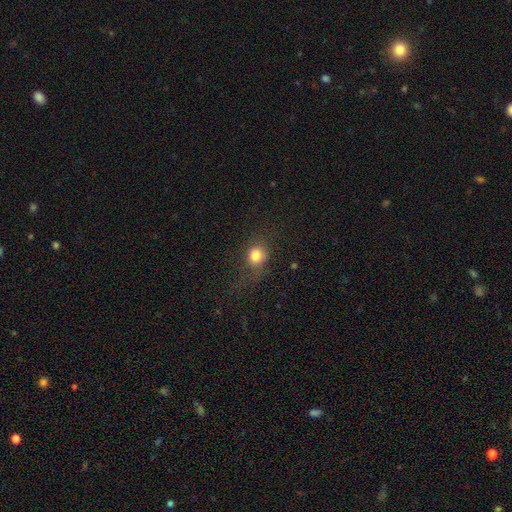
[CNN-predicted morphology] smooth-or-featured: smooth: 79% | star or artifact: 12% | featured or disk: 9%
  how-rounded: round: 69% | in between: 30% | cigar-shaped: 2%
  merging: none: 58% | minor disturbance: 22% | major disturbance: 18% | merger: 2%